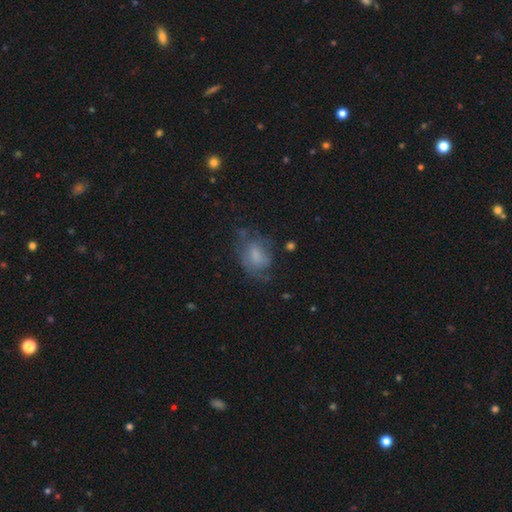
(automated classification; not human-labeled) smooth 52%, featured or disk 37%, star or artifact 11%. Down the decision tree: how rounded — in between (76%); merging — none (49%).